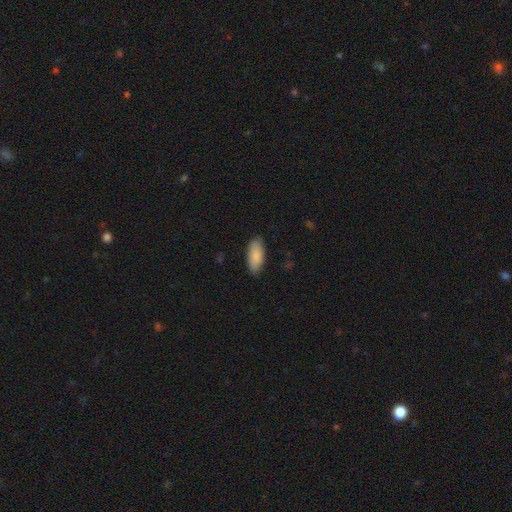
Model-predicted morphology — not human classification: Smooth or featured: smooth — 88% (featured or disk — 6%)
How rounded: in between — 84% (cigar-shaped — 14%)
Merging: none — 85% (minor disturbance — 12%)